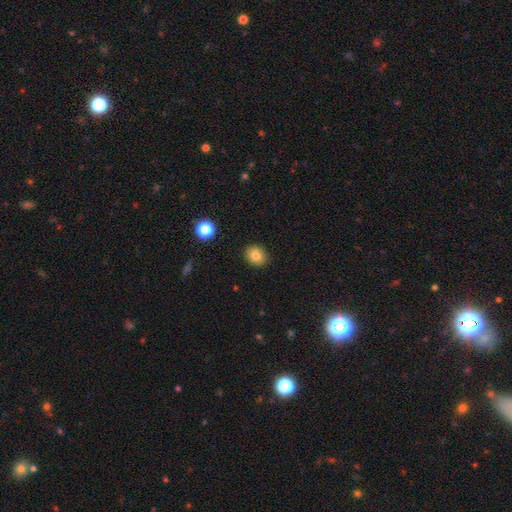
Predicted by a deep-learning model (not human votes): A smooth galaxy with no disk features (80%) that is round (69%).

Vote fractions:
- Smooth or featured? smooth: 80% / star or artifact: 11% / featured or disk: 9%
- How rounded? round: 69% / in between: 30% / cigar-shaped: 1%
- Merging? none: 90% / minor disturbance: 7% / major disturbance: 2% / merger: 1%